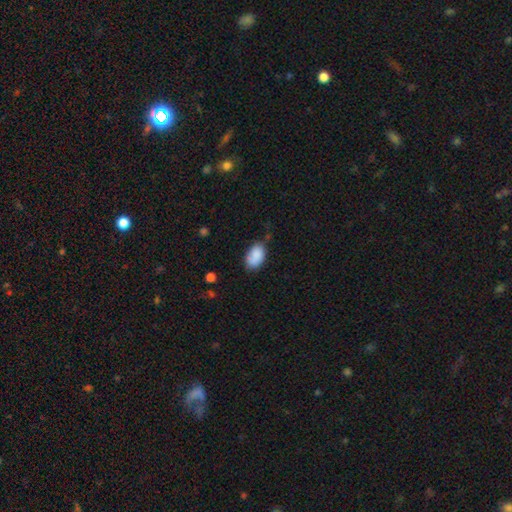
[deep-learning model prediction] smooth_or_featured: smooth (p=0.86) [alt: star or artifact p=0.07]
how_rounded: in between (p=0.90) [alt: round p=0.08]
merging: none (p=0.65) [alt: minor disturbance p=0.26]